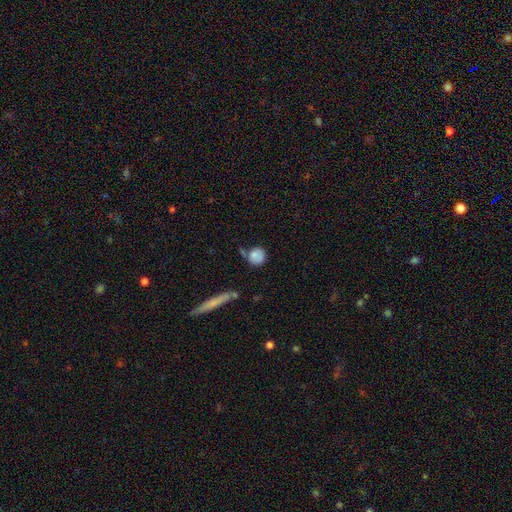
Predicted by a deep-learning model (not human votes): smooth-or-featured: smooth: 78% | featured or disk: 13% | star or artifact: 8%
  how-rounded: round: 85% | in between: 13% | cigar-shaped: 2%
  merging: none: 58% | minor disturbance: 22% | merger: 13% | major disturbance: 7%